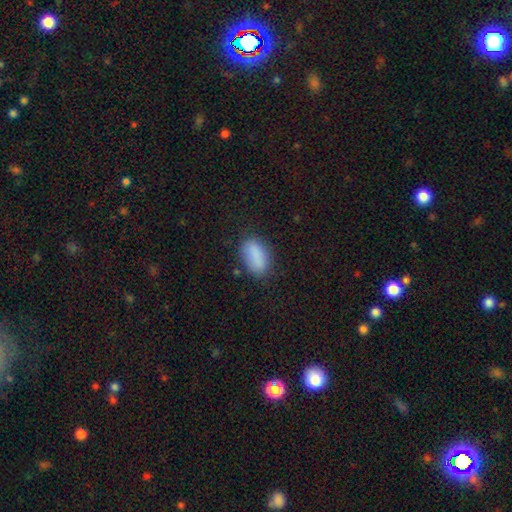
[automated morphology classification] Smooth or featured?
  - smooth: 86% *
  - star or artifact: 8%
  - featured or disk: 6%
How rounded?
  - in between: 91% *
  - round: 5%
  - cigar-shaped: 4%
Merging?
  - none: 74% *
  - minor disturbance: 18%
  - major disturbance: 5%
  - merger: 2%